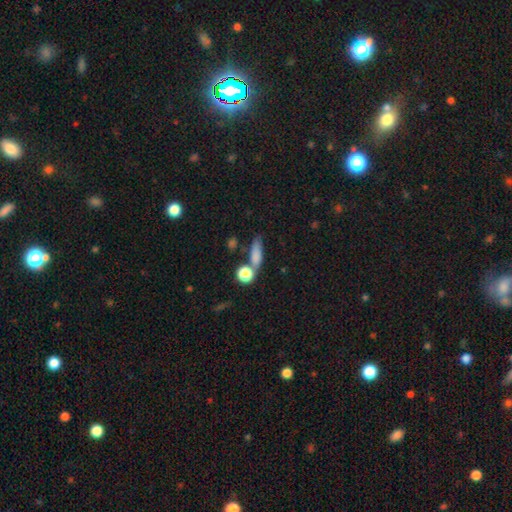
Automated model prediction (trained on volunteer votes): This is likely a smooth galaxy (77%). How rounded: marginally in between (45%). Merging: possibly none (54%).